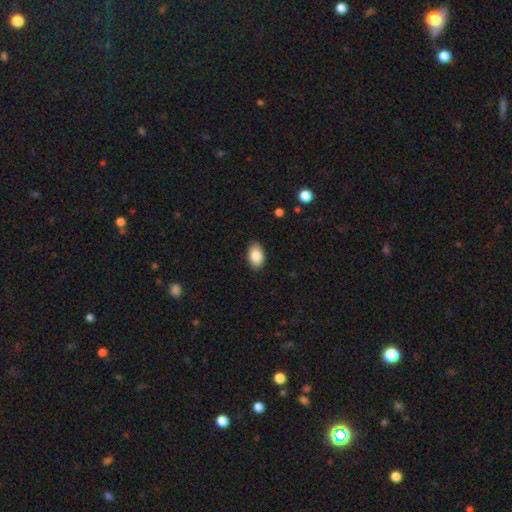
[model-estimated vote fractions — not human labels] Smooth or featured? Predicted: smooth (p=0.86). How rounded? Predicted: in between (p=0.91). Merging? Predicted: none (p=0.87).